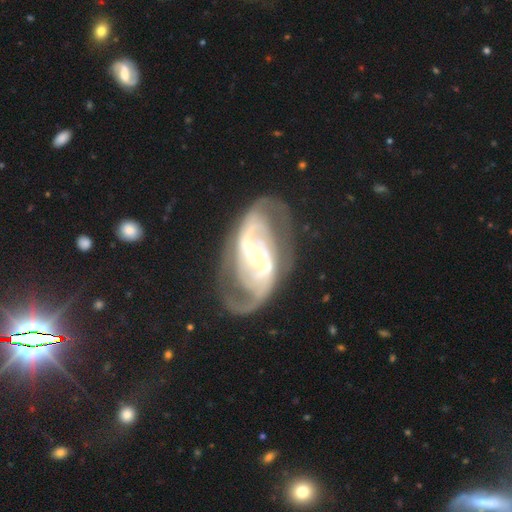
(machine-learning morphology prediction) Q: Smooth or featured?
A: featured or disk (89%); runner-up: smooth (6%)
Q: Edge-on disk?
A: no (96%); runner-up: yes (4%)
Q: Bar?
A: weak (38%); runner-up: no (37%)
Q: Spiral arms?
A: yes (95%); runner-up: no (5%)
Q: Spiral winding?
A: medium (48%); runner-up: tight (32%)
Q: Spiral arm count?
A: 2 (75%); runner-up: can't tell (11%)
Q: Bulge size?
A: small (55%); runner-up: moderate (38%)
Q: Merging?
A: none (66%); runner-up: minor disturbance (17%)